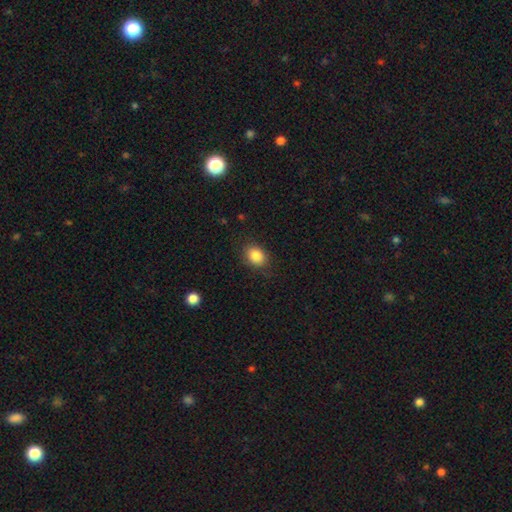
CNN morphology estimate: A smooth galaxy with no disk features (85%) that is in between round and cigar-shaped (60%). Merging: none (83%).